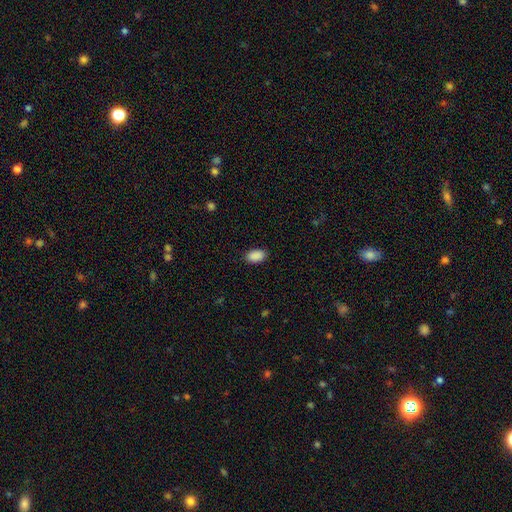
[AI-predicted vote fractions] smooth 90%, star or artifact 8%, featured or disk 2%. Down the decision tree: how rounded — in between (92%); merging — none (88%).